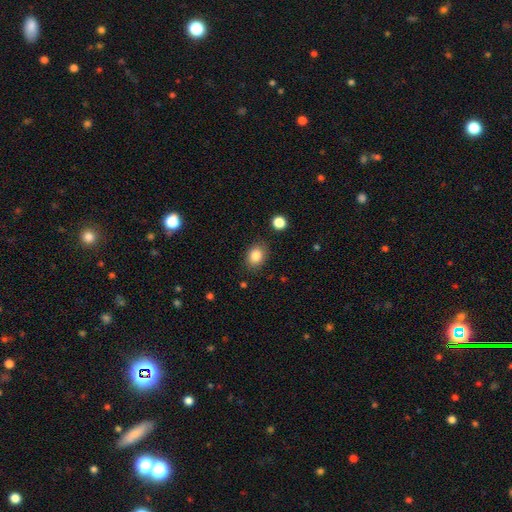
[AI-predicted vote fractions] Smooth or featured?
  - smooth: 85% *
  - star or artifact: 9%
  - featured or disk: 6%
How rounded?
  - in between: 57% *
  - round: 42%
  - cigar-shaped: 1%
Merging?
  - none: 84% *
  - minor disturbance: 11%
  - major disturbance: 3%
  - merger: 2%